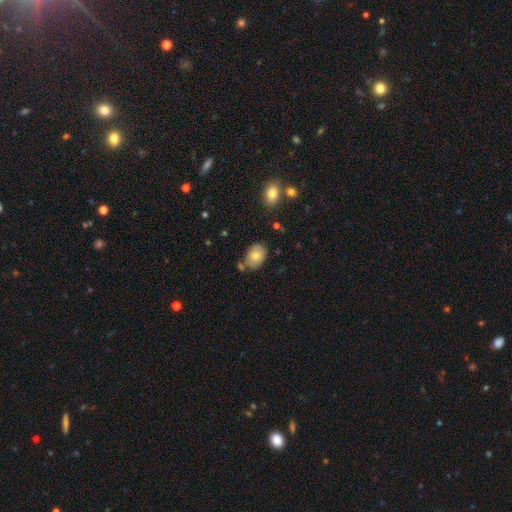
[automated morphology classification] Smooth or featured? Predicted: smooth (p=0.77). How rounded? Predicted: in between (p=0.81). Merging? Predicted: none (p=0.71).